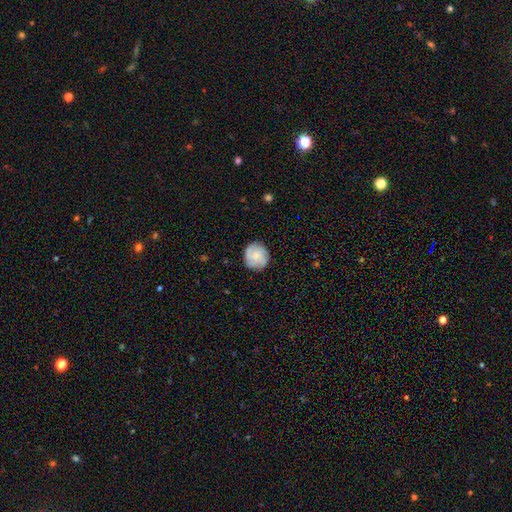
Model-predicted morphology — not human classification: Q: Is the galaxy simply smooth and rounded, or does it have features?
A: smooth — 64%.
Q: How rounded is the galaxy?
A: round — 90%.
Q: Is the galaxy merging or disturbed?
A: none — 84%.